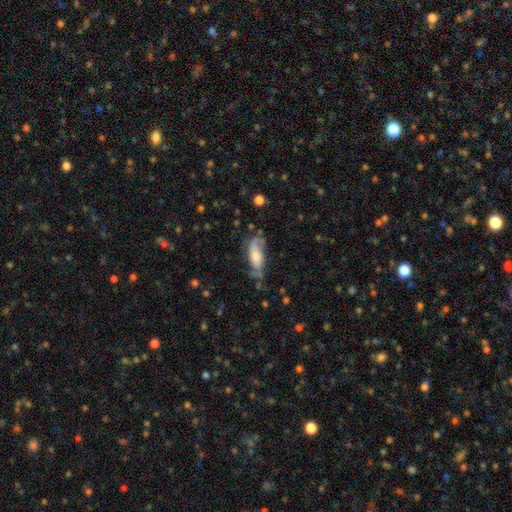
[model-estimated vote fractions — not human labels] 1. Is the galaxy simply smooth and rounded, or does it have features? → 54% smooth, 38% featured or disk, 7% star or artifact.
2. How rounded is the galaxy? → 72% in between, 26% cigar-shaped, 3% round.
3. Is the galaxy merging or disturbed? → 48% none, 30% minor disturbance, 17% major disturbance, 5% merger.